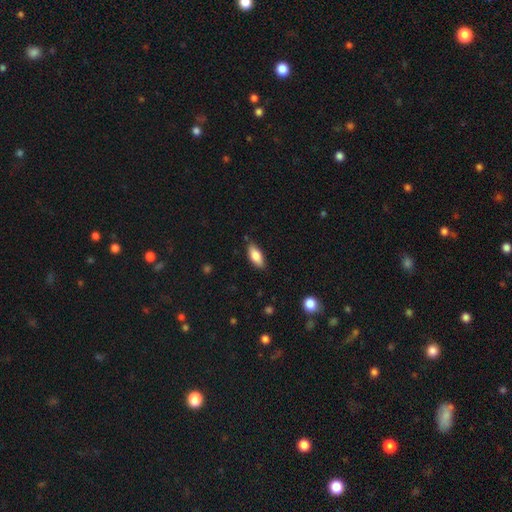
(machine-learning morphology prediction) Smooth or featured? smooth (78%)
How rounded? in between (82%)
Merging? none (83%)